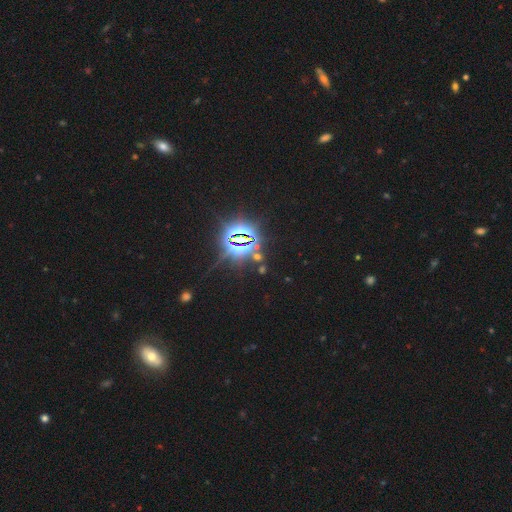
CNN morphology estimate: Overall: star or artifact (85%).